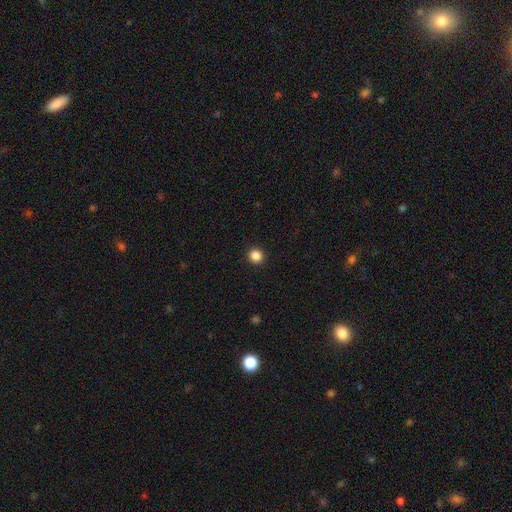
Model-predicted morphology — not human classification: Overall: smooth (86%). How rounded: round (93%). Merging: none (93%).